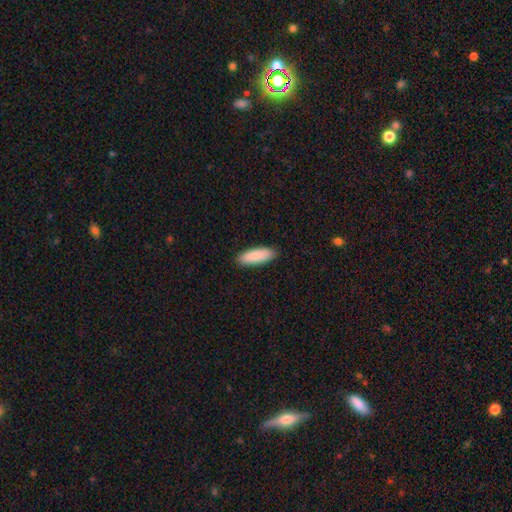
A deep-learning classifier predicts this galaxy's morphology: This is clearly a smooth galaxy (88%). How rounded: likely in between (63%). Merging: clearly none (89%).